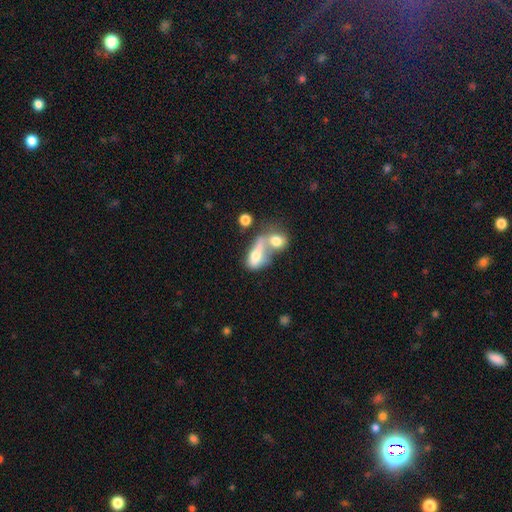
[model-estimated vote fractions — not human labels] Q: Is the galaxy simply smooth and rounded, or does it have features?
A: smooth — 66%.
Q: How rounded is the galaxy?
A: in between — 76%.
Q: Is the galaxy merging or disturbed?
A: merger — 69%.